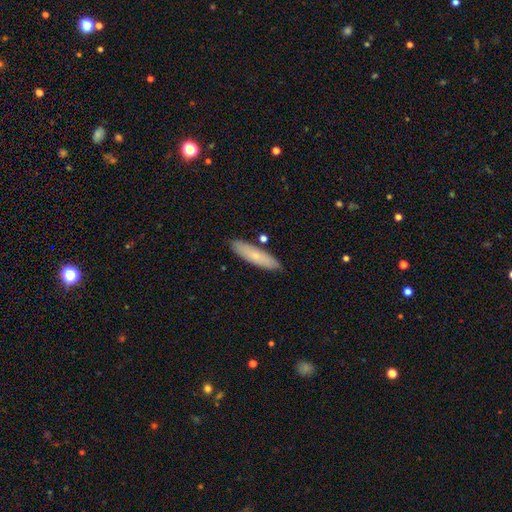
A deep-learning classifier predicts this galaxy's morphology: smooth_or_featured: smooth (p=0.68) [alt: featured or disk p=0.26]
how_rounded: cigar-shaped (p=0.72) [alt: in between p=0.27]
merging: none (p=0.85) [alt: minor disturbance p=0.10]